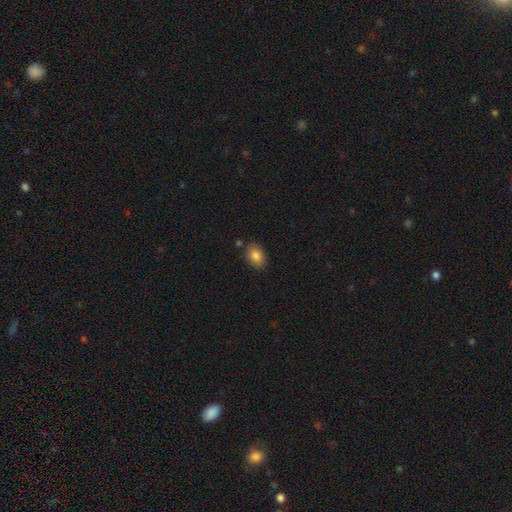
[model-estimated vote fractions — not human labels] This is clearly a smooth galaxy (85%). How rounded: likely in between (74%). Merging: clearly none (81%).